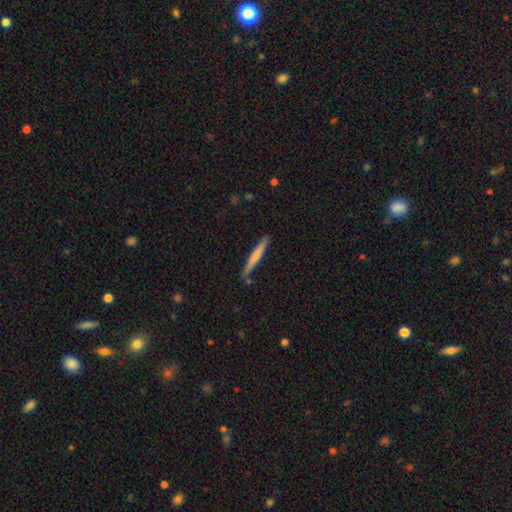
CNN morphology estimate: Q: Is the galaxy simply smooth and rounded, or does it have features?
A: smooth — 65%.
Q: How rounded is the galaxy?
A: cigar-shaped — 96%.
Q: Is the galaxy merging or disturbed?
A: none — 85%.